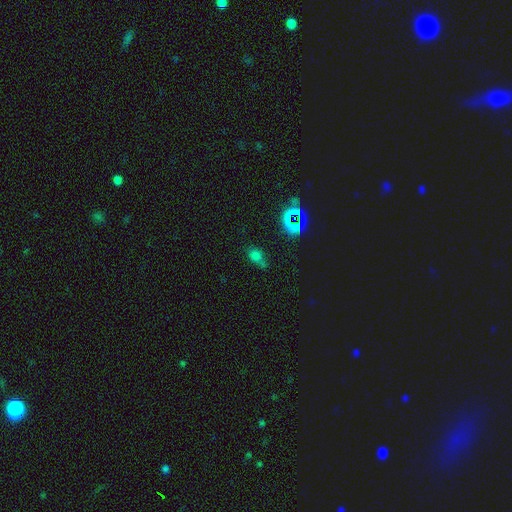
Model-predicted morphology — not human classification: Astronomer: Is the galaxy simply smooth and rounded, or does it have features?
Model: smooth — 60%.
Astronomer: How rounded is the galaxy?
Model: in between — 57% (runner-up: round, 38%).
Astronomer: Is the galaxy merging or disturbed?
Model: none — 51%.